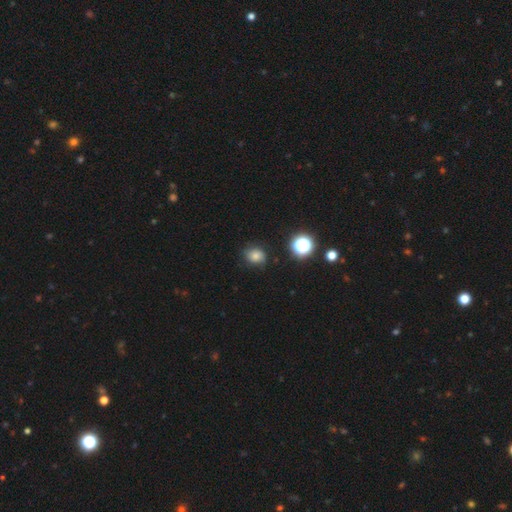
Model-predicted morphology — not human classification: The model was most divided on "how rounded": round: 59%, in between: 40%, cigar-shaped: 1%. More confident: merging — none (78%); smooth or featured — smooth (75%).